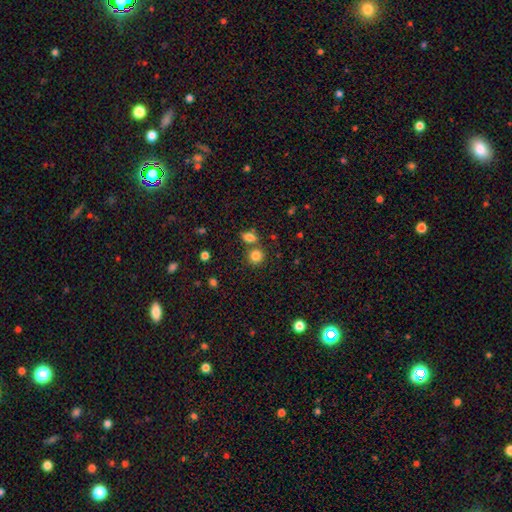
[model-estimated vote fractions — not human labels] smooth 82%, star or artifact 12%, featured or disk 6%. Down the decision tree: how rounded — round (82%); merging — none (66%).